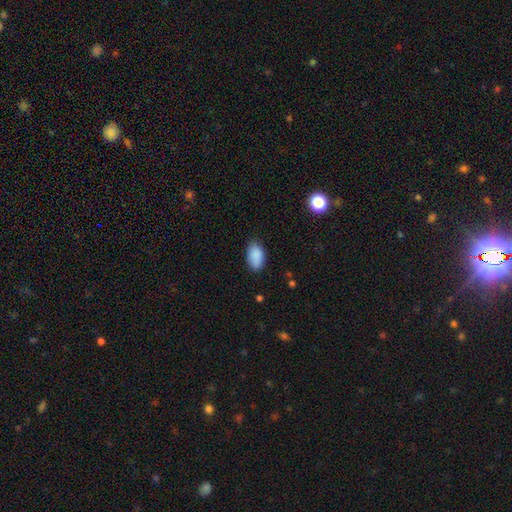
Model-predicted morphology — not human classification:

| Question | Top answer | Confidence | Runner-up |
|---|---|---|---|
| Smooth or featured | smooth | 88% | star or artifact (8%) |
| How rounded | in between | 93% | round (6%) |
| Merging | none | 76% | minor disturbance (20%) |